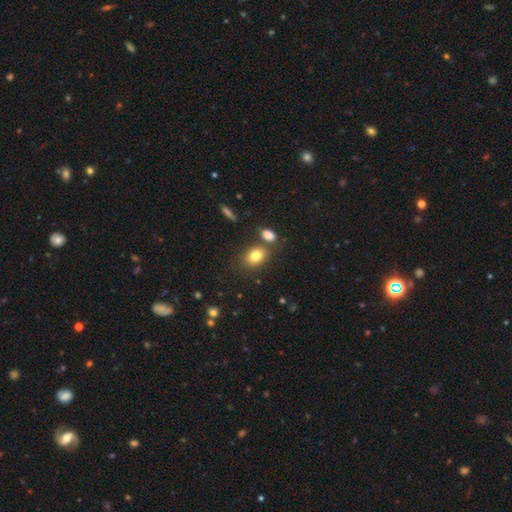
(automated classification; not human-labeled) Overall: smooth (80%). How rounded: in between (71%). Merging: none (69%).